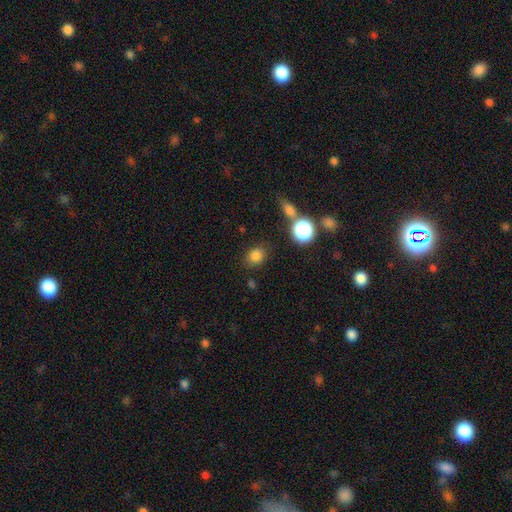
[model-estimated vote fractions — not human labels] Overall: smooth (80%). How rounded: round (59%; in between 39%). Merging: none (81%).